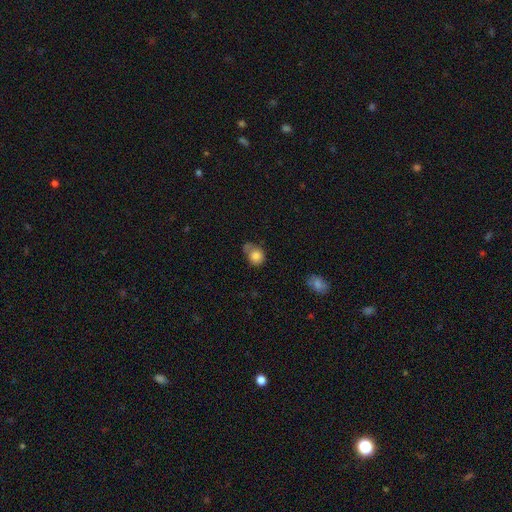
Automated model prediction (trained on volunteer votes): Q: Smooth or featured?
A: smooth (82%); runner-up: star or artifact (9%)
Q: How rounded?
A: round (72%); runner-up: in between (27%)
Q: Merging?
A: none (43%); runner-up: minor disturbance (29%)